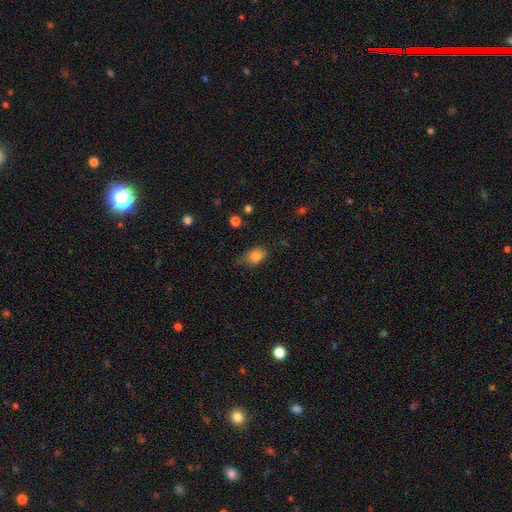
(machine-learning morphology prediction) A smooth galaxy with no disk features (83%) that is in between round and cigar-shaped (76%). Merging: none (46%).